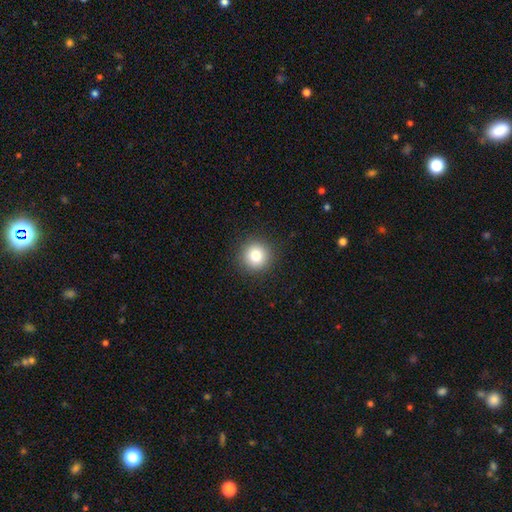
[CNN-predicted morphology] smooth 80%, star or artifact 12%, featured or disk 8%. Down the decision tree: how rounded — round (95%); merging — none (92%).